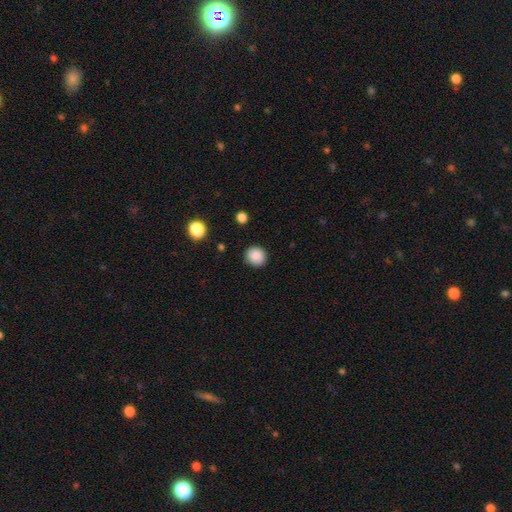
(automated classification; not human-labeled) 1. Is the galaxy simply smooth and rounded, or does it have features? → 88% smooth, 9% star or artifact, 3% featured or disk.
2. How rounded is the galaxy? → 88% round, 11% in between, 1% cigar-shaped.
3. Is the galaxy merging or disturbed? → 90% none, 7% minor disturbance, 2% major disturbance, 1% merger.